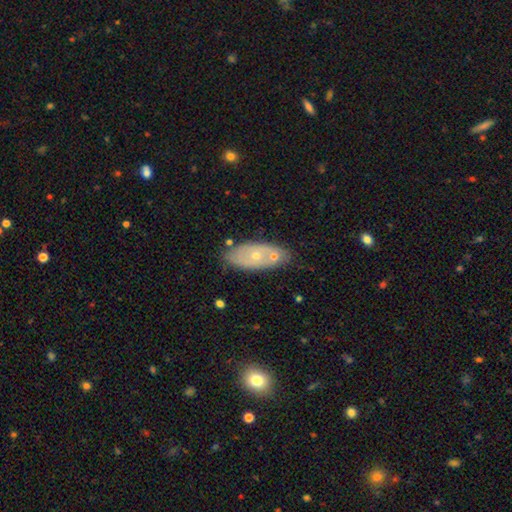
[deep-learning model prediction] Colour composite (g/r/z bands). It shows a featured or disk galaxy (48%). Merging: none (67%).